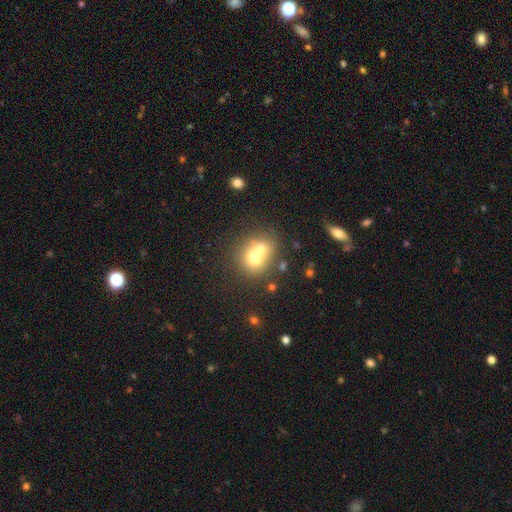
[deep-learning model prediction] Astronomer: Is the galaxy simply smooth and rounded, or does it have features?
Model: smooth — 66%.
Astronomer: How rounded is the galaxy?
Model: round — 76%.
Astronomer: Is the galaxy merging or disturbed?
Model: merger — 60%.